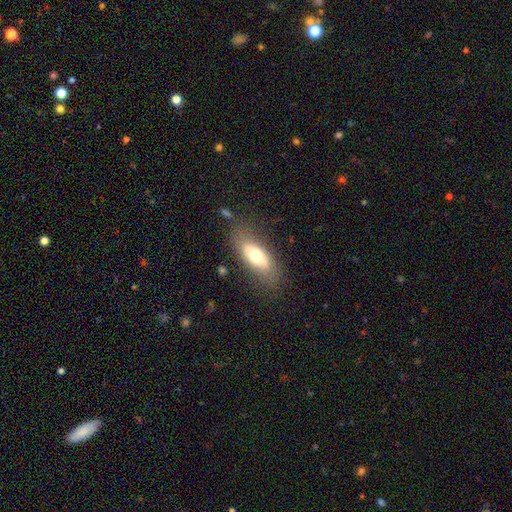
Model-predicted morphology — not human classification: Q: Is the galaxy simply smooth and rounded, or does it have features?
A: smooth — 65%.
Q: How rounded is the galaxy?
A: in between — 80%.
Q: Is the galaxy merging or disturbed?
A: none — 75%.